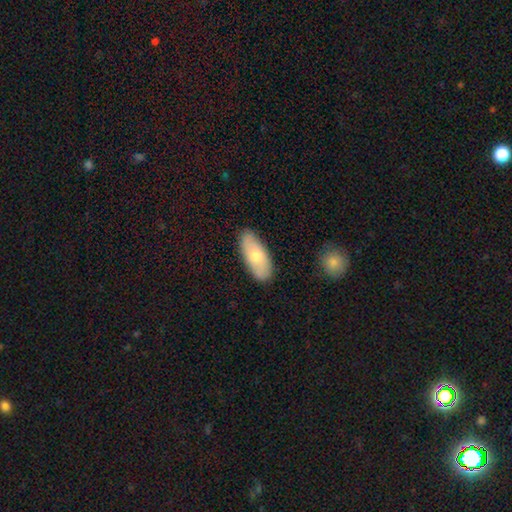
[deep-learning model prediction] The model was most divided on "smooth or featured": smooth: 67%, featured or disk: 27%, star or artifact: 6%. More confident: merging — none (86%); how rounded — in between (85%).